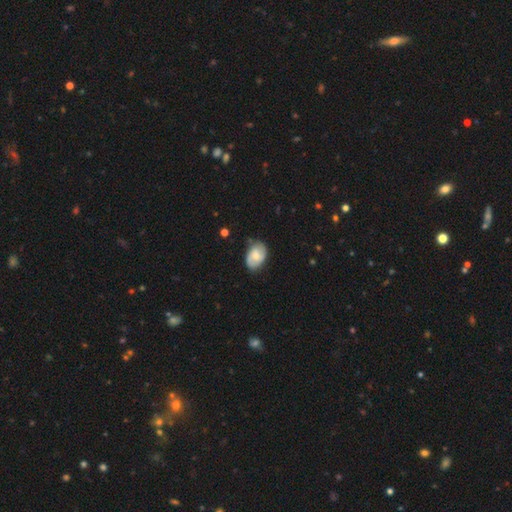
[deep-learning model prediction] Smooth or featured: smooth — 48% (featured or disk — 45%)
Merging: none — 74% (minor disturbance — 20%)